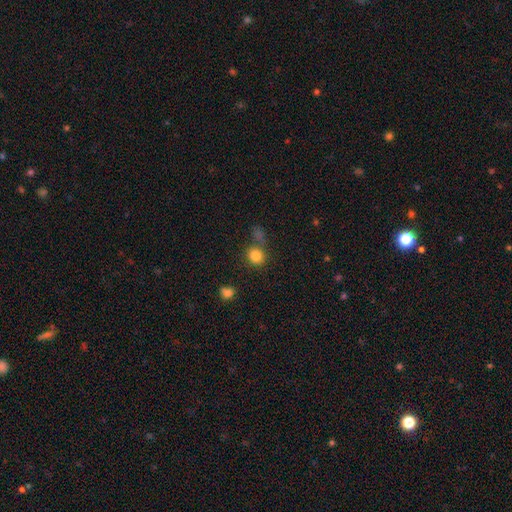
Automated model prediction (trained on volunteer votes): This is clearly a smooth galaxy (82%). How rounded: clearly round (84%). Merging: likely none (69%).